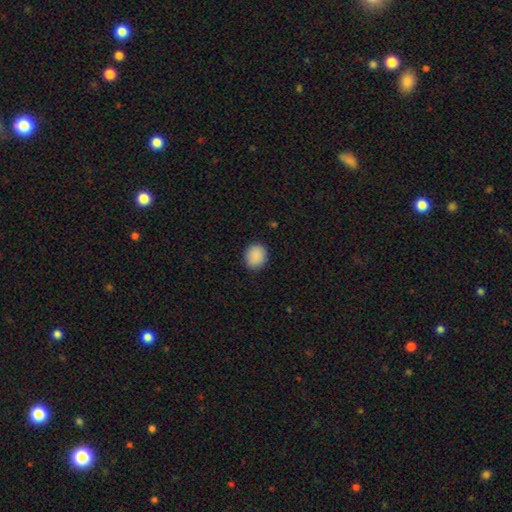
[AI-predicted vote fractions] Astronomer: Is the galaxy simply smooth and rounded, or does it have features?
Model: smooth — 89%.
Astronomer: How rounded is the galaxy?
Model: round — 79%.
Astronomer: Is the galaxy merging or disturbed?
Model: none — 90%.